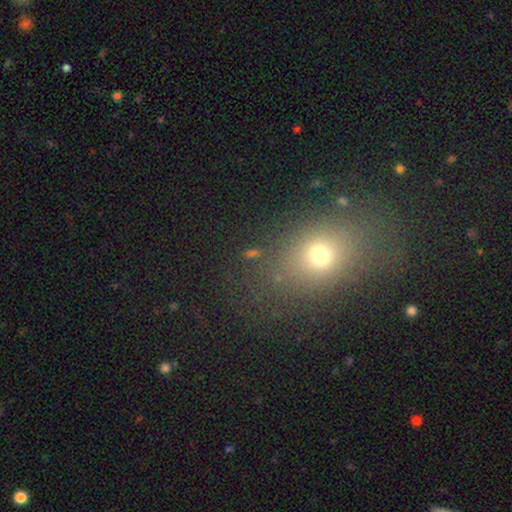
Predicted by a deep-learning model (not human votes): The model was most divided on "how rounded" (2-way tie): round: 49%, in between: 49%, cigar-shaped: 3%. More confident: merging — none (77%); smooth or featured — smooth (62%).